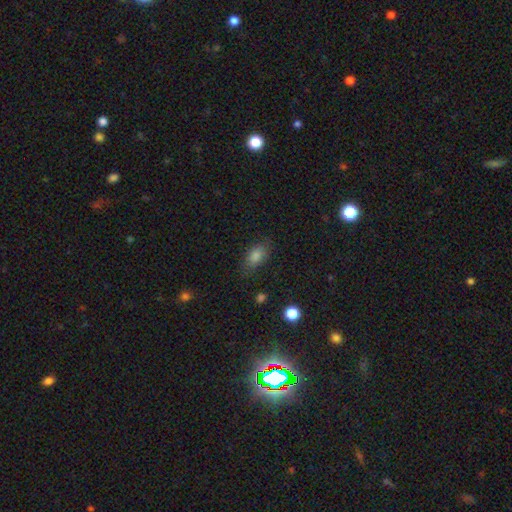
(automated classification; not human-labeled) A smooth galaxy with no disk features (77%) that is in between round and cigar-shaped (83%). Merging: none (78%).